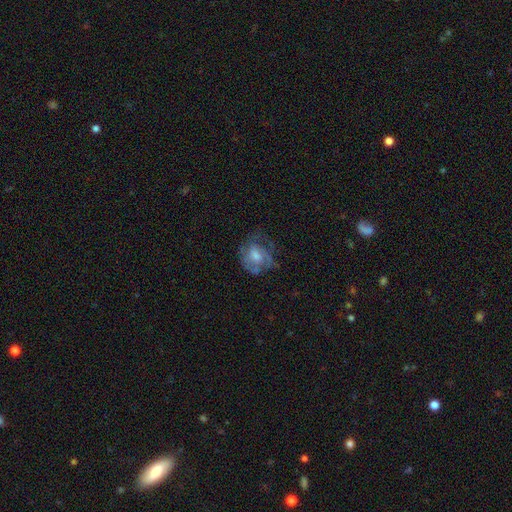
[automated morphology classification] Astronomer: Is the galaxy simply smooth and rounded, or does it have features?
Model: featured or disk — 58%.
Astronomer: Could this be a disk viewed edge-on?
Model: no — 97%.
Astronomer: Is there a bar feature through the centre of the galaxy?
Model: no — 65%.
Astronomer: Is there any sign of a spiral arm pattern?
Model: yes — 67%.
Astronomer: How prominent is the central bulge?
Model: moderate — 50%.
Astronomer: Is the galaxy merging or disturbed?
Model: none — 55%.